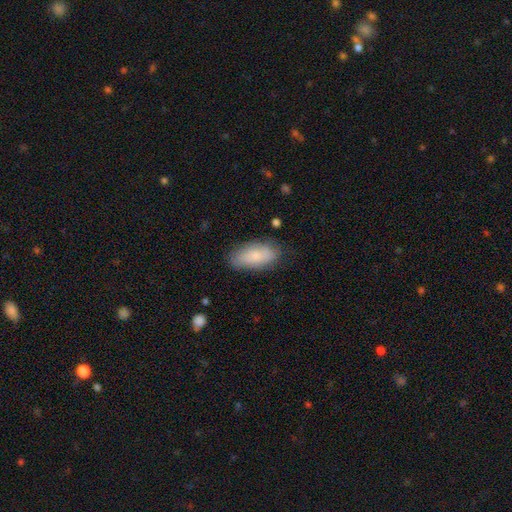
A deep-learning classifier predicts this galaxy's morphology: Q: Smooth or featured?
A: smooth (77%); runner-up: featured or disk (17%)
Q: How rounded?
A: in between (88%); runner-up: cigar-shaped (10%)
Q: Merging?
A: none (78%); runner-up: minor disturbance (17%)